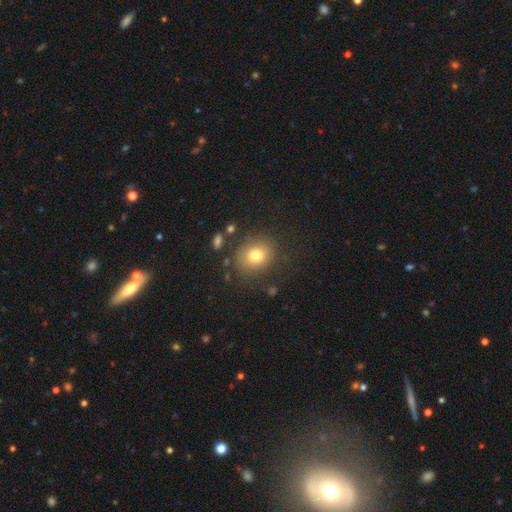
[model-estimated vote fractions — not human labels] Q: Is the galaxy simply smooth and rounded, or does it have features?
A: smooth — 75%.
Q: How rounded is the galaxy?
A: round — 70%.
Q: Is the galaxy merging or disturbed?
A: none — 80%.